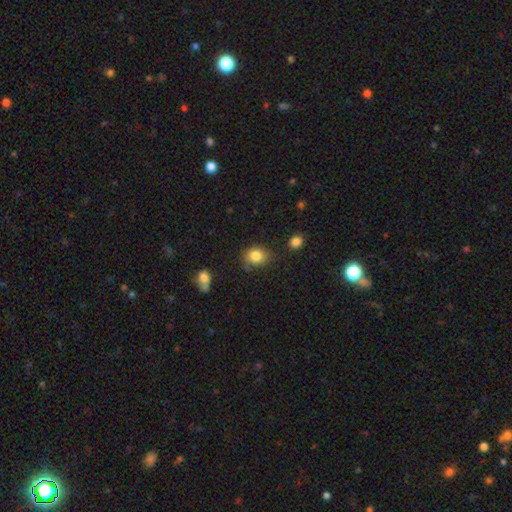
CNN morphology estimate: The model was most divided on "how rounded": round: 54%, in between: 45%, cigar-shaped: 1%. More confident: smooth or featured — smooth (83%); merging — none (73%).